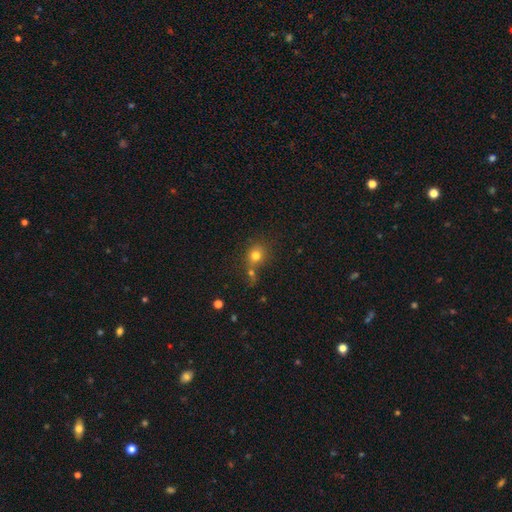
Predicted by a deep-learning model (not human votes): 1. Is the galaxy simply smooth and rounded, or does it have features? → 76% smooth, 14% star or artifact, 10% featured or disk.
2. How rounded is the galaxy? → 73% round, 25% in between, 1% cigar-shaped.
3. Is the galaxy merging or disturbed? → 51% none, 30% merger, 13% minor disturbance, 7% major disturbance.